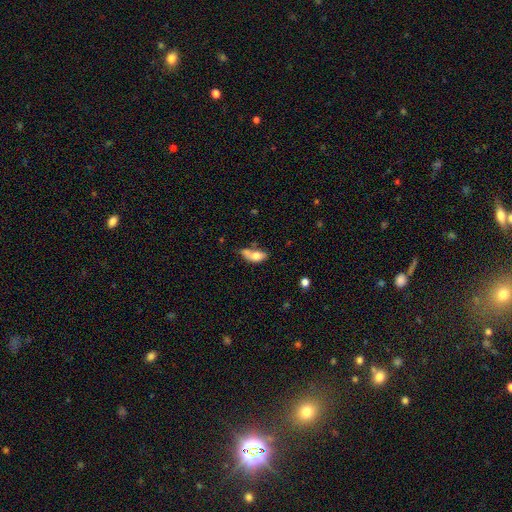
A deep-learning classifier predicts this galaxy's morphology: smooth_or_featured: smooth (p=0.71) [alt: featured or disk p=0.21]
how_rounded: in between (p=0.84) [alt: cigar-shaped p=0.10]
merging: merger (p=0.34) [alt: none p=0.28]